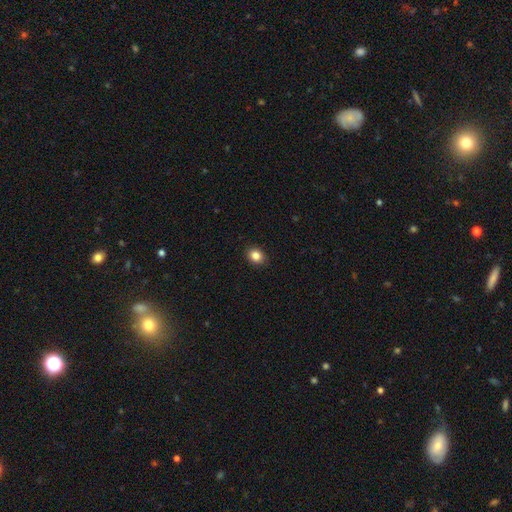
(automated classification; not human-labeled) A smooth galaxy with no disk features (85%) that is in between round and cigar-shaped (53%).

Vote fractions:
- Smooth or featured? smooth: 85% / star or artifact: 10% / featured or disk: 5%
- How rounded? in between: 53% / round: 46% / cigar-shaped: 1%
- Merging? none: 89% / minor disturbance: 8% / major disturbance: 2% / merger: 1%